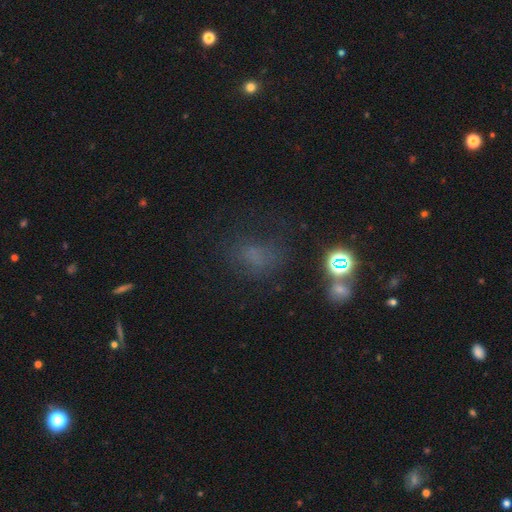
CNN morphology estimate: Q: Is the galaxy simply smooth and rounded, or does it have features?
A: smooth — 56%.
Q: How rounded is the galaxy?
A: in between — 58%.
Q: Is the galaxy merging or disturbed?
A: none — 53%.